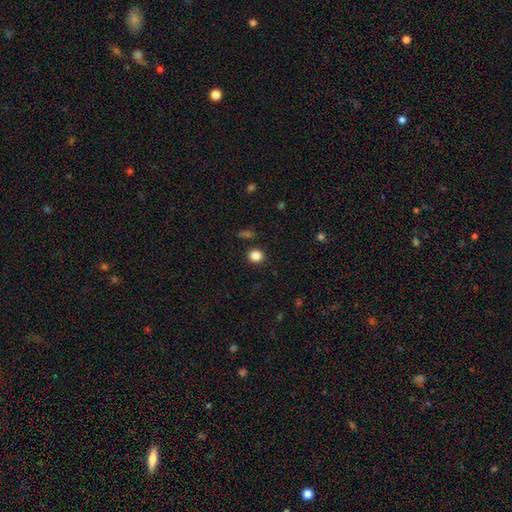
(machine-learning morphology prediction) smooth_or_featured: smooth (p=0.86) [alt: star or artifact p=0.11]
how_rounded: round (p=0.87) [alt: in between p=0.12]
merging: none (p=0.89) [alt: minor disturbance p=0.06]